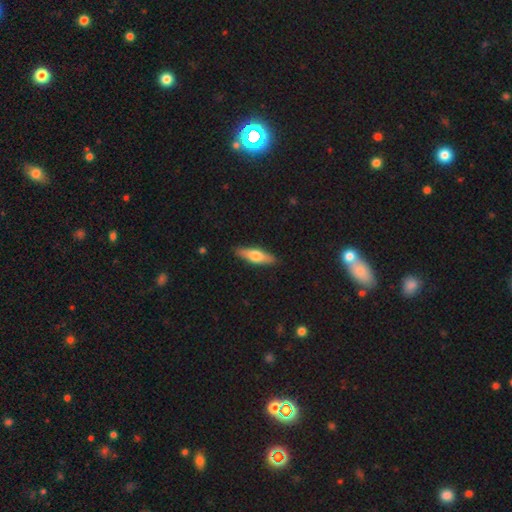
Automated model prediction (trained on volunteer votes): Smooth or featured? smooth (55%)
How rounded? cigar-shaped (58%)
Merging? none (89%)